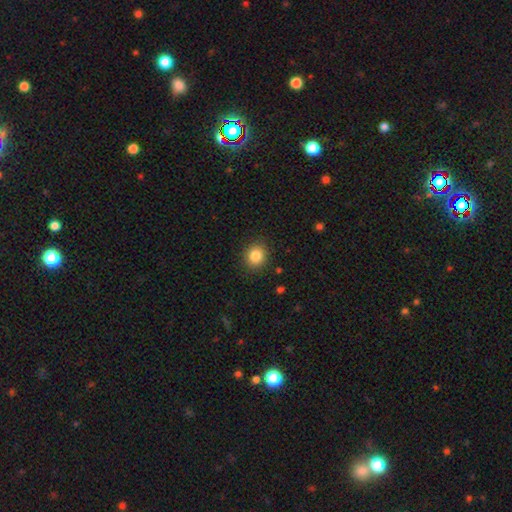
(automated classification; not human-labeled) Smooth or featured? Predicted: smooth (p=0.84). How rounded? Predicted: round (p=0.79). Merging? Predicted: none (p=0.89).